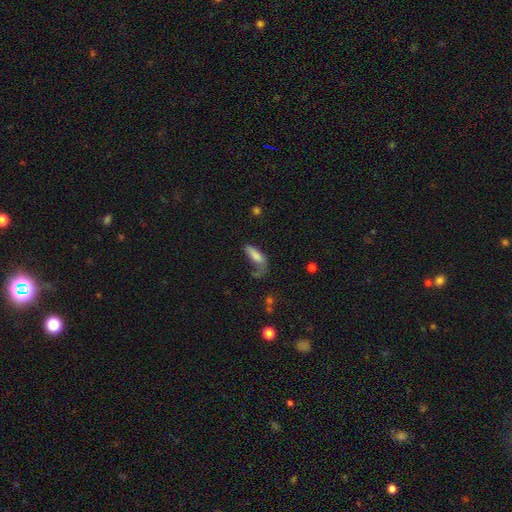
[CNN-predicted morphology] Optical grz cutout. It shows a smooth galaxy with no disk features (73%) that is in between round and cigar-shaped (59%). Merging: major disturbance (38%).